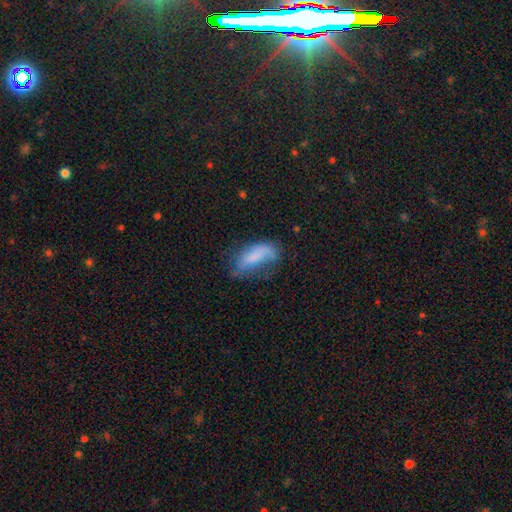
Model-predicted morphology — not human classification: smooth_or_featured: smooth (p=0.67) [alt: featured or disk p=0.24]
how_rounded: in between (p=0.81) [alt: cigar-shaped p=0.16]
merging: none (p=0.36) [alt: minor disturbance p=0.32]